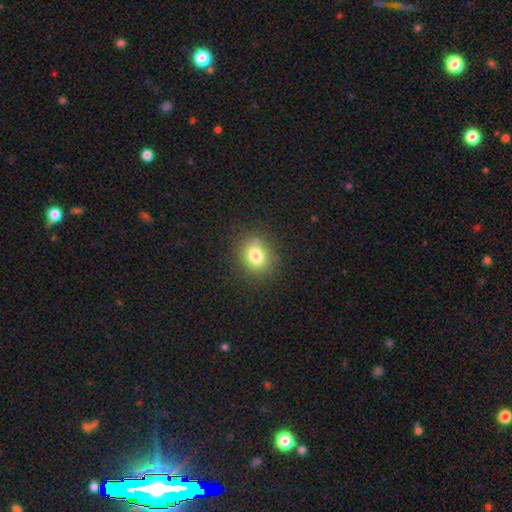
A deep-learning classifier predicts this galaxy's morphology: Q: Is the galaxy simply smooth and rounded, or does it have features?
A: smooth — 79%.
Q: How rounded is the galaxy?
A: round — 61%.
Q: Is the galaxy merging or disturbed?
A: none — 82%.